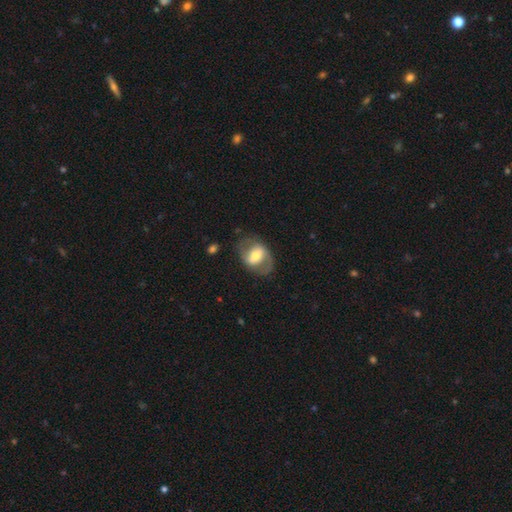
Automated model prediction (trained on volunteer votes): The model was most divided on "bar": weak: 37%, strong: 36%, no: 26%. More confident: edge-on disk — no (94%); merging — none (65%); spiral arms — yes (61%); bulge size — moderate (59%); smooth or featured — featured or disk (55%).